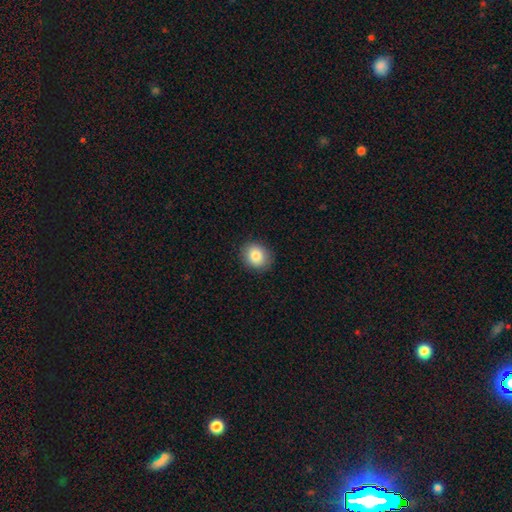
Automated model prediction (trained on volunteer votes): Morphology: type=smooth (84%); roundness=round (68%); merging=none (88%).